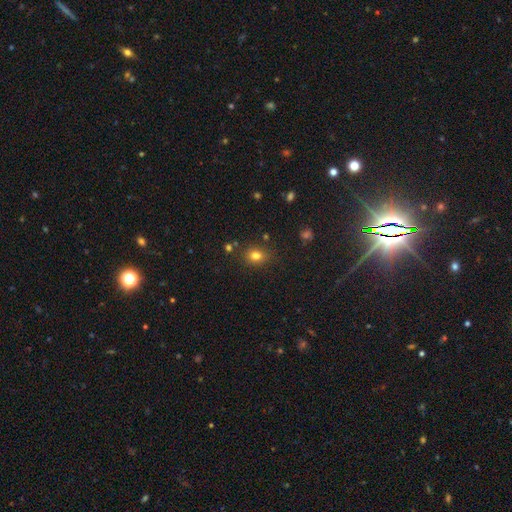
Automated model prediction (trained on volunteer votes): Smooth or featured? smooth (79%)
How rounded? round (54%)
Merging? none (80%)